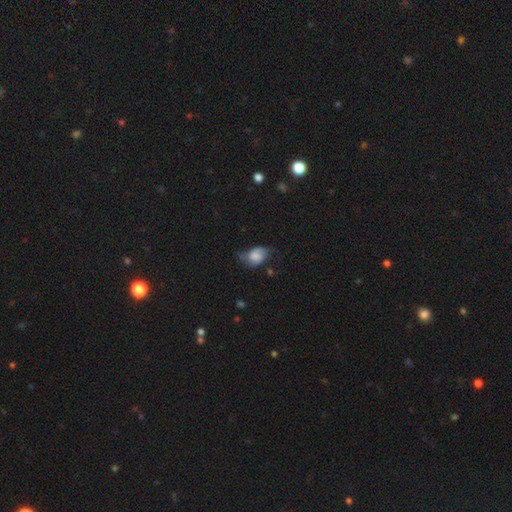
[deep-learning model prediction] The model was most divided on "merging": none: 40%, minor disturbance: 39%, major disturbance: 18%, merger: 3%. More confident: how rounded — in between (73%); smooth or featured — smooth (65%).